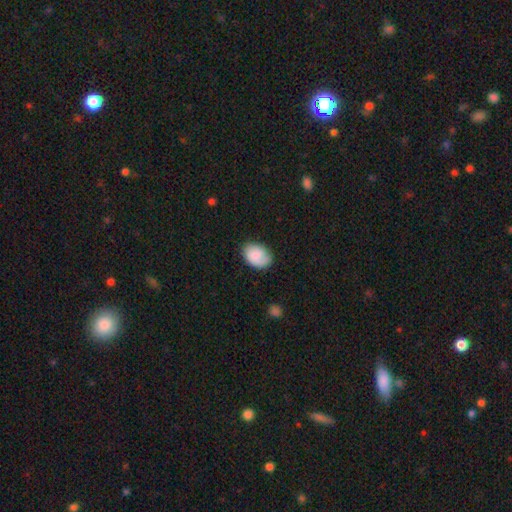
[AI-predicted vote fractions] A smooth galaxy with no disk features (77%) that is in between round and cigar-shaped (76%).

Vote fractions:
- Smooth or featured? smooth: 77% / featured or disk: 16% / star or artifact: 7%
- How rounded? in between: 76% / round: 23% / cigar-shaped: 1%
- Merging? none: 70% / minor disturbance: 22% / major disturbance: 6% / merger: 2%